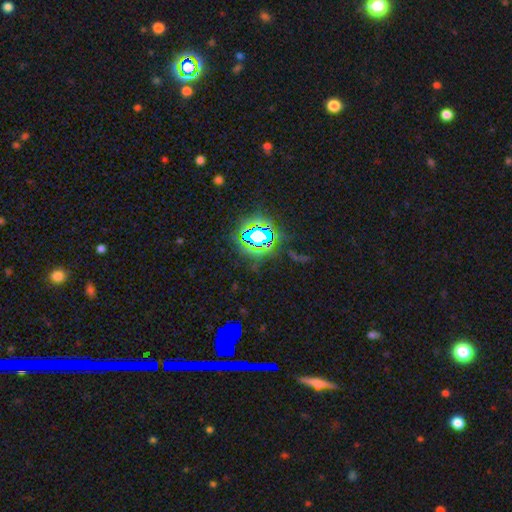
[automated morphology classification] A star or artifact, not a galaxy (81%).